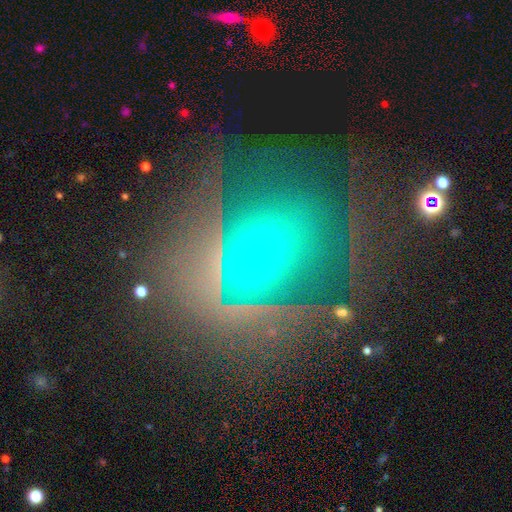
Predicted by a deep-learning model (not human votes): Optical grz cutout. It shows a featured or disk galaxy (43%). Merging: none (64%).